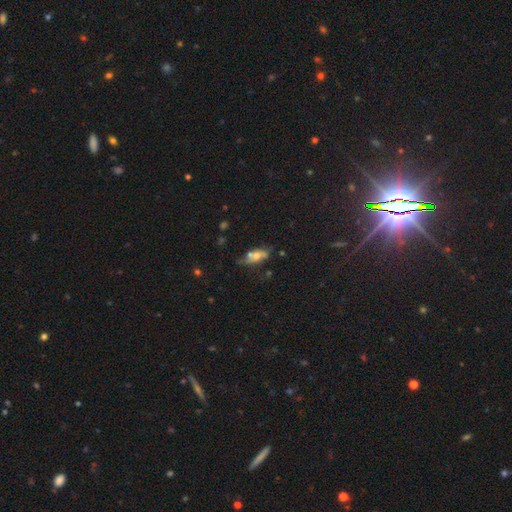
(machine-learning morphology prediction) smooth_or_featured: smooth (p=0.52) [alt: featured or disk p=0.35]
how_rounded: in between (p=0.72) [alt: cigar-shaped p=0.22]
merging: none (p=0.51) [alt: minor disturbance p=0.24]